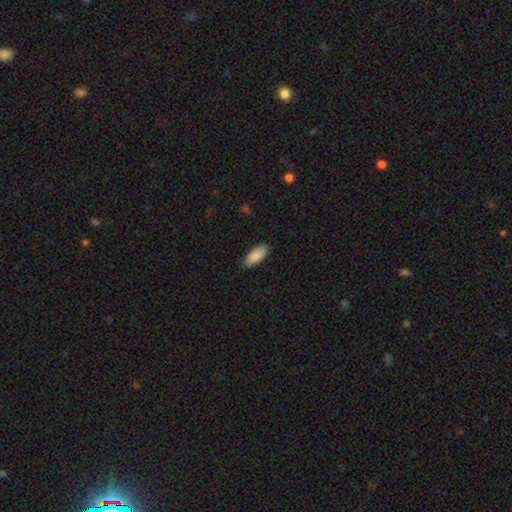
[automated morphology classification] Smooth or featured? smooth (90%)
How rounded? in between (84%)
Merging? none (84%)